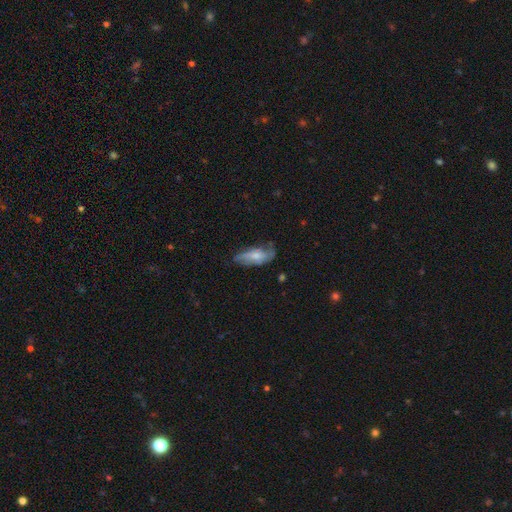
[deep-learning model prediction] Overall: smooth (51%; featured or disk 42%). How rounded: in between (79%). Merging: none (54%; minor disturbance 31%).